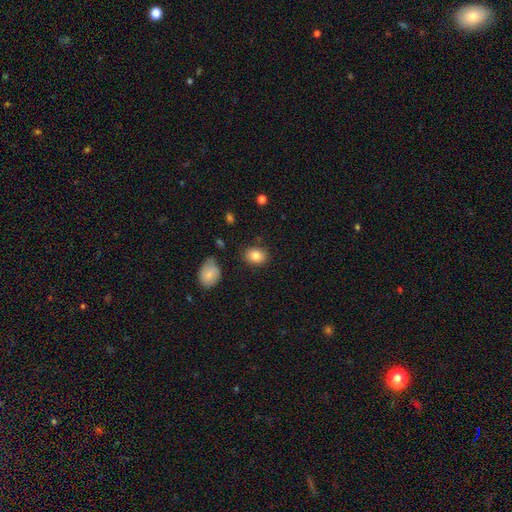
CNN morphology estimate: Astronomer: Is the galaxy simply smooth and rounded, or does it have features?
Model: smooth — 84%.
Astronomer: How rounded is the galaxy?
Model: in between — 59% (runner-up: round, 39%).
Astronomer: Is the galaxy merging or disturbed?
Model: none — 81%.